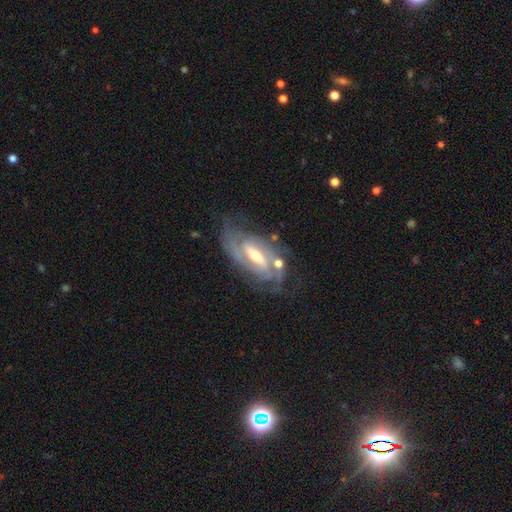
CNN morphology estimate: featured or disk 88%, smooth 7%, star or artifact 5%. Down the decision tree: edge-on disk — no (93%); bar — strong (47%); spiral arms — yes (95%); spiral arm count — 2 (58%); spiral winding — tight (56%); bulge size — moderate (57%); merging — none (66%).